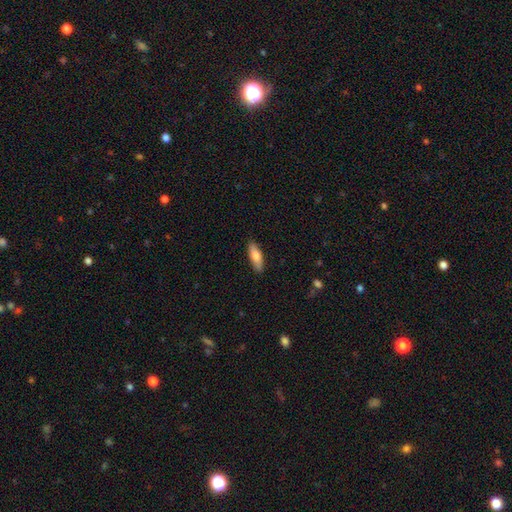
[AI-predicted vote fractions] This appears to be a smooth galaxy with no disk features (77%) that is in between round and cigar-shaped (55%). Merging: none (88%).